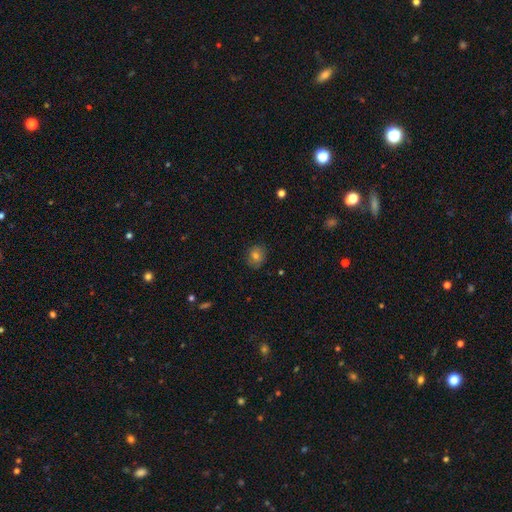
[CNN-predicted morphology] The model was most divided on "how rounded": round: 63%, in between: 36%, cigar-shaped: 1%. More confident: merging — none (82%); smooth or featured — smooth (73%).